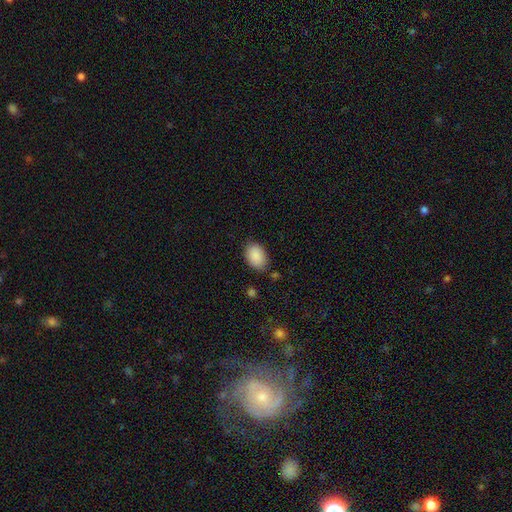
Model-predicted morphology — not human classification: The model was most divided on "merging": none: 80%, minor disturbance: 15%, major disturbance: 3%, merger: 2%. More confident: smooth or featured — smooth (89%); how rounded — in between (85%).